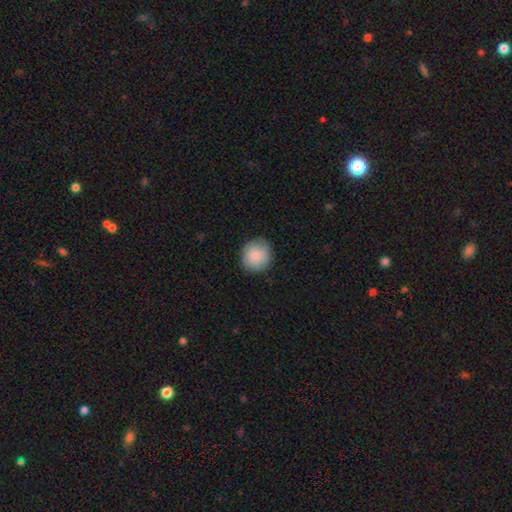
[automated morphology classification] This is clearly a smooth galaxy (84%). How rounded: clearly round (90%). Merging: clearly none (87%).